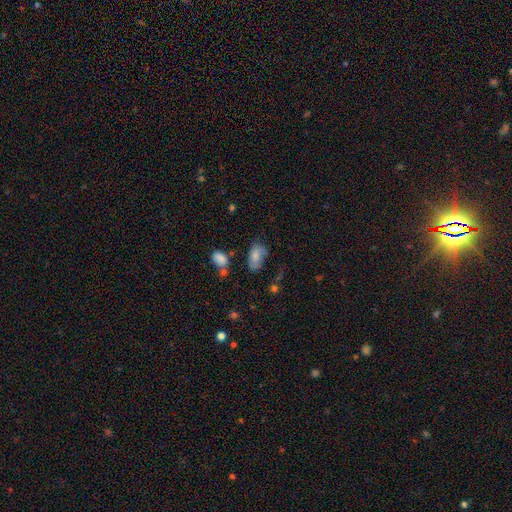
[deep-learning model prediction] A smooth galaxy with no disk features (74%) that is in between round and cigar-shaped (92%).

Vote fractions:
- Smooth or featured? smooth: 74% / featured or disk: 17% / star or artifact: 9%
- How rounded? in between: 92% / round: 5% / cigar-shaped: 2%
- Merging? none: 50% / minor disturbance: 31% / major disturbance: 14% / merger: 5%